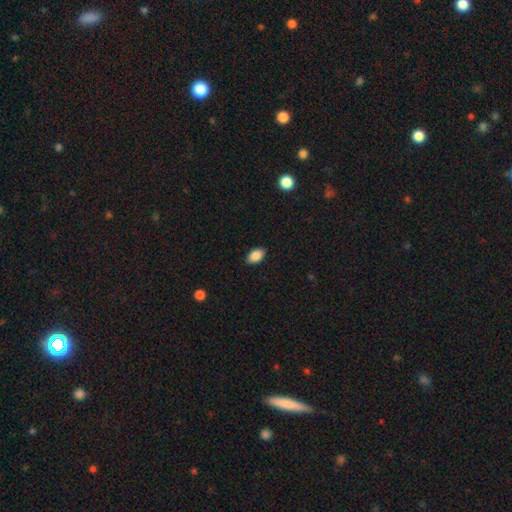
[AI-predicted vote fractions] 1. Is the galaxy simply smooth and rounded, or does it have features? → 87% smooth, 8% star or artifact, 5% featured or disk.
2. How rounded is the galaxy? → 91% in between, 7% round, 1% cigar-shaped.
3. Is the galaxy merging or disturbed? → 88% none, 9% minor disturbance, 2% major disturbance, 1% merger.